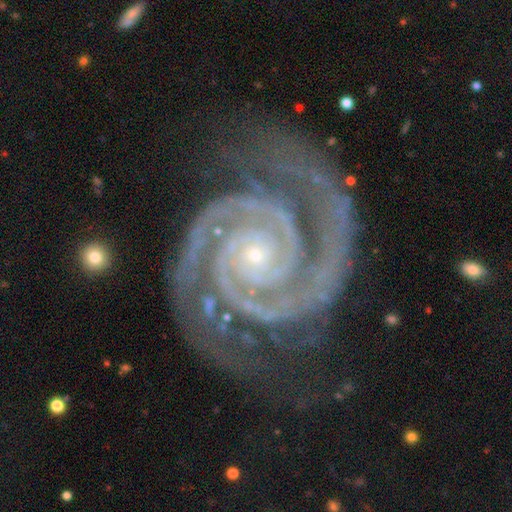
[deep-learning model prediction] Morphology: type=featured or disk (94%); edge-on=no (98%); bar=no (75%); spiral arms=yes (99%); winding=tight (83%); arm count=2 (88%); bulge=small (85%); merging=none (76%).